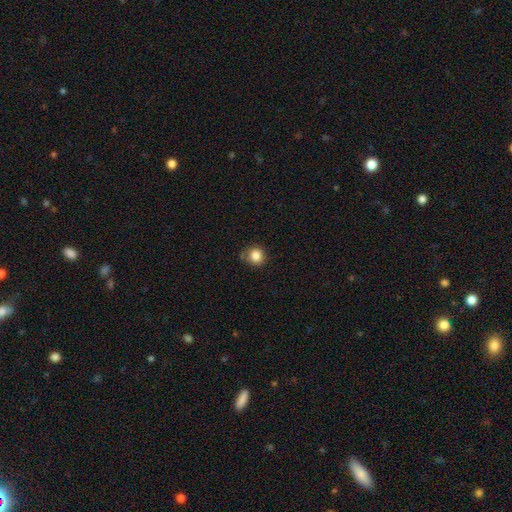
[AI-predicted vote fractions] The model was most divided on "merging": none: 72%, minor disturbance: 21%, major disturbance: 4%, merger: 3%. More confident: how rounded — round (87%); smooth or featured — smooth (84%).